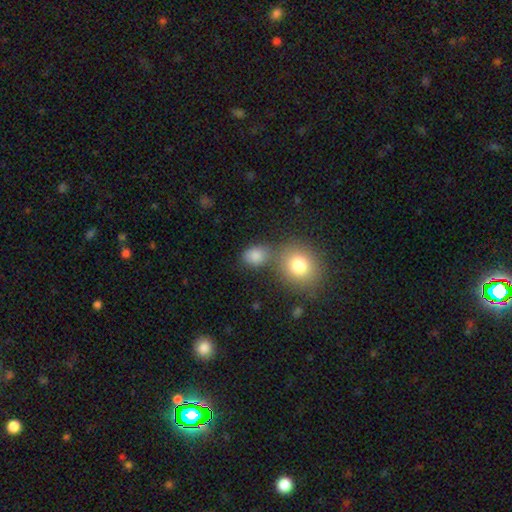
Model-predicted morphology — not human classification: Smooth or featured: smooth — 81% (star or artifact — 12%)
How rounded: round — 52% (in between — 46%)
Merging: none — 57% (merger — 26%)